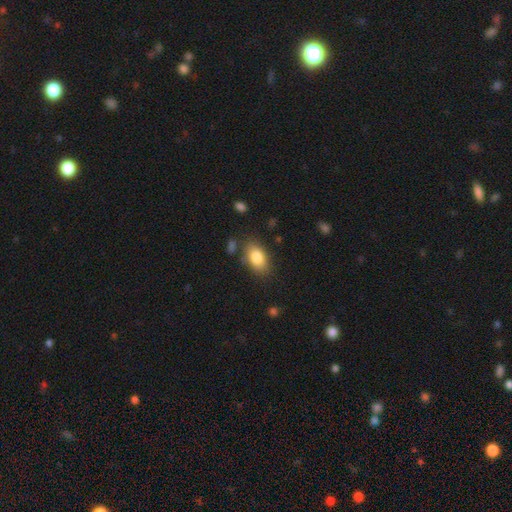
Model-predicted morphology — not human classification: Smooth or featured?
  - smooth: 84% *
  - featured or disk: 9%
  - star or artifact: 7%
How rounded?
  - in between: 90% *
  - round: 8%
  - cigar-shaped: 2%
Merging?
  - none: 79% *
  - minor disturbance: 14%
  - major disturbance: 4%
  - merger: 4%